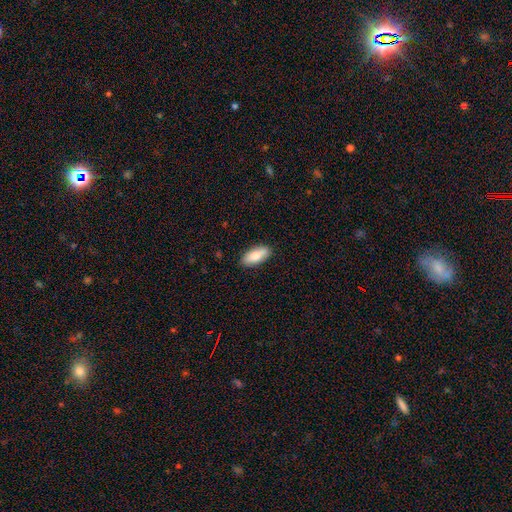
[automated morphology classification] smooth-or-featured: smooth: 80% | featured or disk: 14% | star or artifact: 6%
  how-rounded: in between: 85% | cigar-shaped: 12% | round: 2%
  merging: none: 87% | minor disturbance: 10% | major disturbance: 2% | merger: 1%